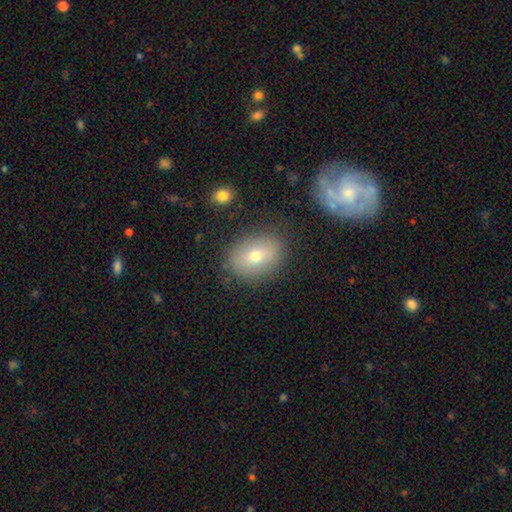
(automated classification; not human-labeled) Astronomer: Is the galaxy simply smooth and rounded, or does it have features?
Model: smooth — 66%.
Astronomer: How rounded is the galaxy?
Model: in between — 66%.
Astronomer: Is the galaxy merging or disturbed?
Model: none — 81%.